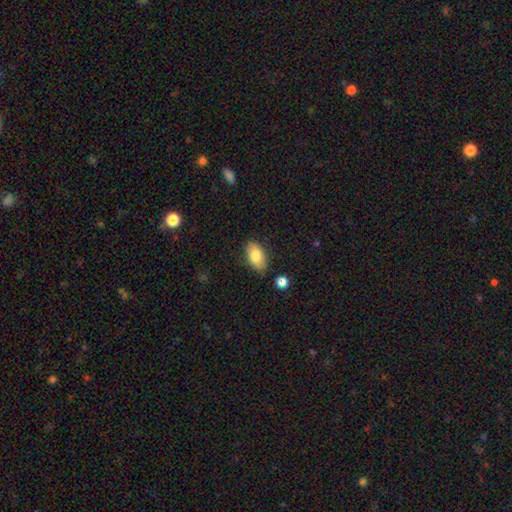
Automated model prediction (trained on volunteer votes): This is clearly a smooth galaxy (81%). How rounded: clearly in between (92%). Merging: clearly none (83%).